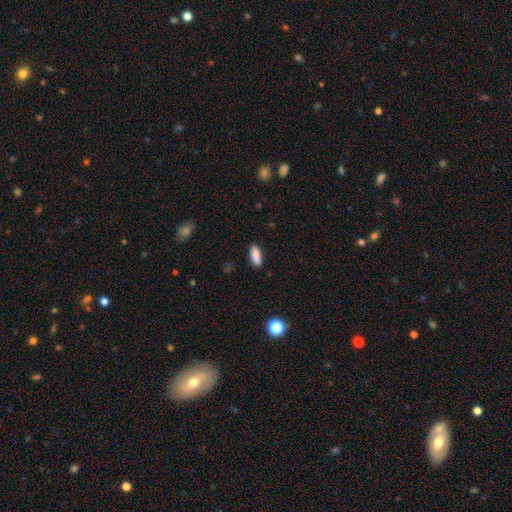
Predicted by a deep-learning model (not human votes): This is clearly a smooth galaxy (88%). How rounded: likely in between (68%). Merging: clearly none (87%).